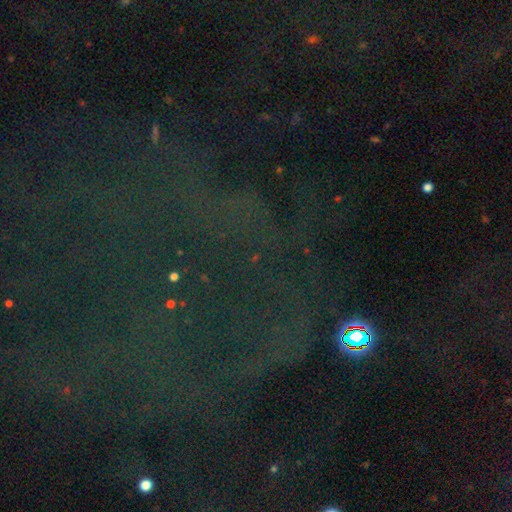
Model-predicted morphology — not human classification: star or artifact 78%, smooth 11%, featured or disk 11%.